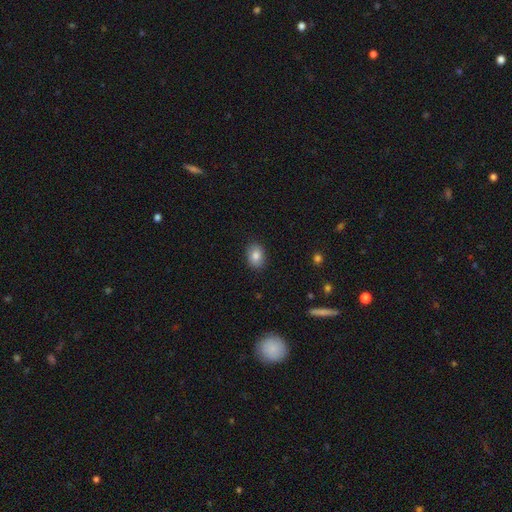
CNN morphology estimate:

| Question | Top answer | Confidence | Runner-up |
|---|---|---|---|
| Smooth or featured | smooth | 83% | featured or disk (8%) |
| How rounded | in between | 72% | round (27%) |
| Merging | none | 88% | minor disturbance (9%) |